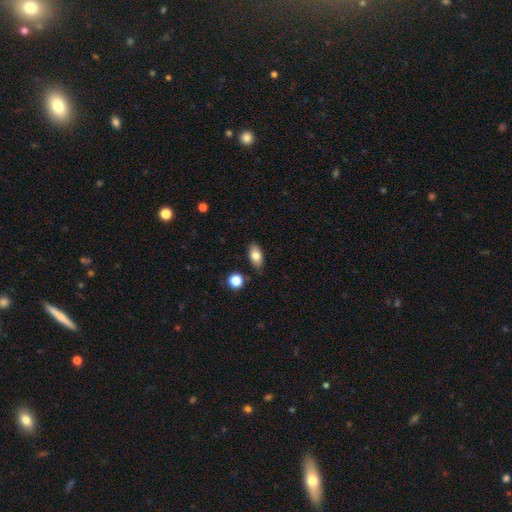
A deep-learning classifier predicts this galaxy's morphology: smooth_or_featured: smooth (p=0.80) [alt: featured or disk p=0.12]
how_rounded: in between (p=0.89) [alt: round p=0.07]
merging: none (p=0.83) [alt: minor disturbance p=0.12]